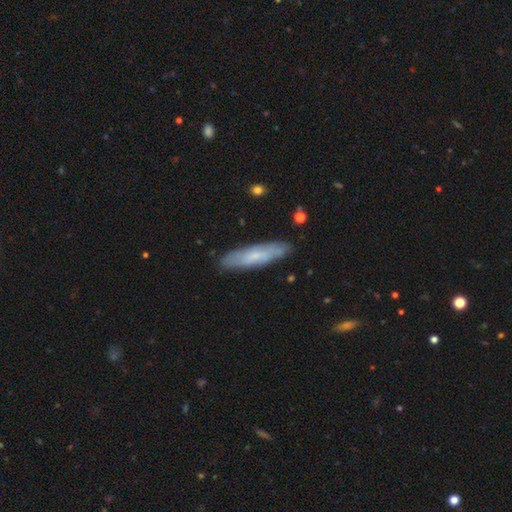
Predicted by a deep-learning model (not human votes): A smooth galaxy with no disk features (58%) that is cigar-shaped (76%).

Vote fractions:
- Smooth or featured? smooth: 58% / featured or disk: 35% / star or artifact: 7%
- How rounded? cigar-shaped: 76% / in between: 22% / round: 1%
- Merging? none: 86% / minor disturbance: 11% / major disturbance: 2% / merger: 1%